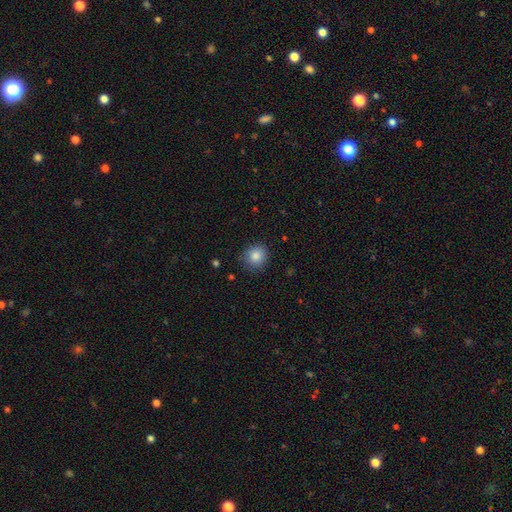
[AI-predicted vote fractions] A smooth galaxy with no disk features (85%) that is round (84%). Merging: none (82%).